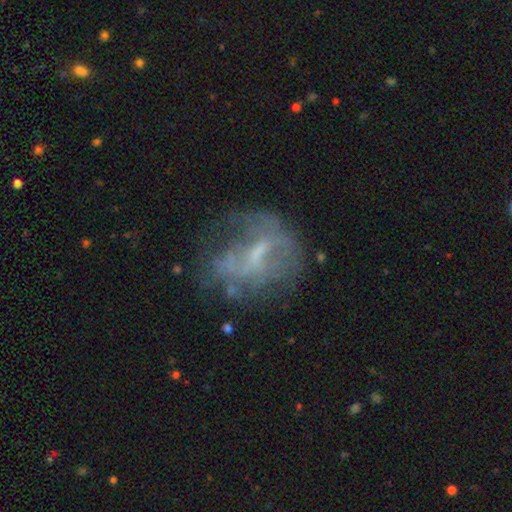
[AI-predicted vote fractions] Q: Smooth or featured?
A: featured or disk (62%); runner-up: smooth (25%)
Q: Edge-on disk?
A: no (96%); runner-up: yes (4%)
Q: Bar?
A: weak (43%); runner-up: no (39%)
Q: Spiral arms?
A: no (64%); runner-up: yes (36%)
Q: Bulge size?
A: small (40%); runner-up: none (34%)
Q: Merging?
A: none (47%); runner-up: major disturbance (27%)